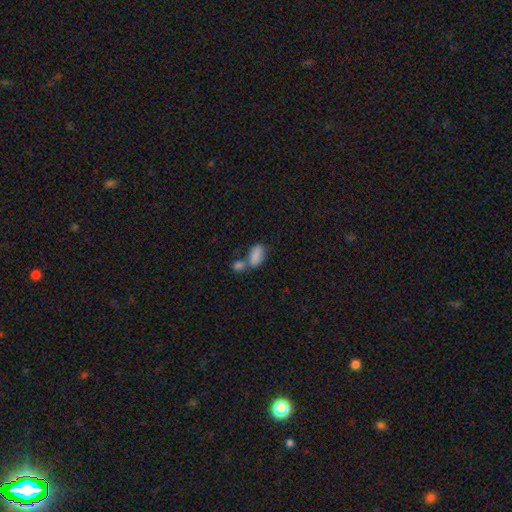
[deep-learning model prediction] Morphology: type=smooth (83%); roundness=in between (91%); merging=merger (52%).